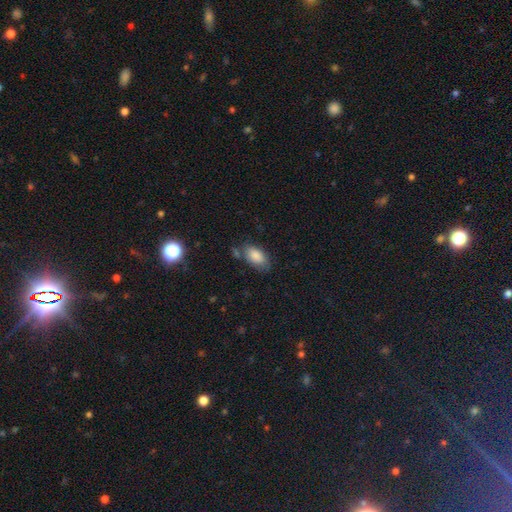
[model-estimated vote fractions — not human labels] Q: Smooth or featured?
A: smooth (85%); runner-up: featured or disk (8%)
Q: How rounded?
A: in between (93%); runner-up: round (4%)
Q: Merging?
A: none (66%); runner-up: minor disturbance (21%)